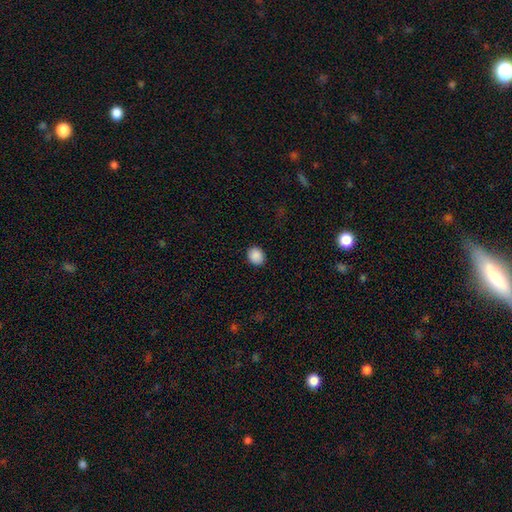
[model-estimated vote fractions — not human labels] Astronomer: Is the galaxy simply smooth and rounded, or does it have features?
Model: smooth — 89%.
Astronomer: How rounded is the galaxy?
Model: round — 60% (runner-up: in between, 40%).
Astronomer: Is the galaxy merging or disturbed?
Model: none — 89%.